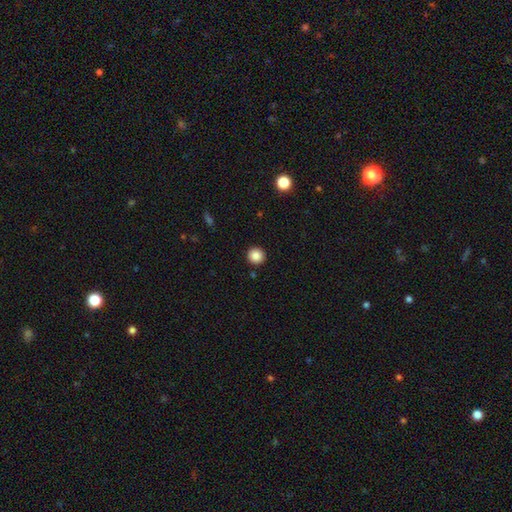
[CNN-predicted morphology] A smooth galaxy with no disk features (86%) that is round (95%).

Vote fractions:
- Smooth or featured? smooth: 86% / star or artifact: 10% / featured or disk: 4%
- How rounded? round: 95% / in between: 4% / cigar-shaped: 1%
- Merging? none: 92% / minor disturbance: 5% / major disturbance: 2% / merger: 1%